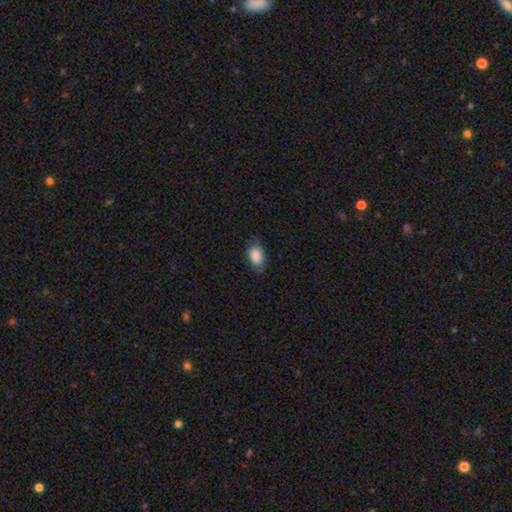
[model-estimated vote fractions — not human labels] Overall: smooth (87%). How rounded: in between (87%). Merging: none (73%).